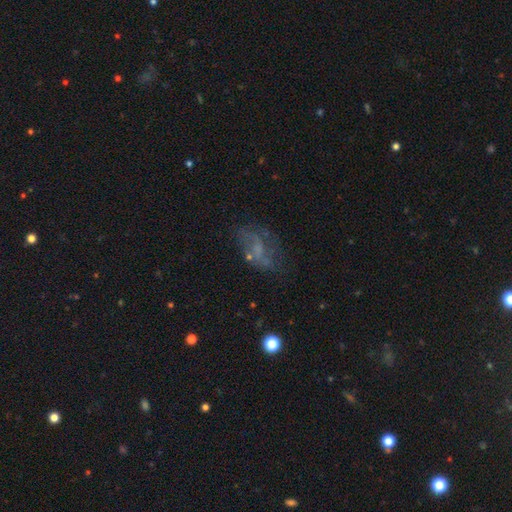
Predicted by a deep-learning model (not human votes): smooth-or-featured: featured or disk: 53% | smooth: 30% | star or artifact: 18%
  disk-edge-on: no: 96% | yes: 4%
    bar: no: 66% | weak: 28% | strong: 7%
    has-spiral-arms: no: 57% | yes: 43%
    bulge-size: none: 58% | small: 27% | moderate: 12% | large: 2% | dominant: 1%
  merging: none: 49% | major disturbance: 25% | minor disturbance: 20% | merger: 6%